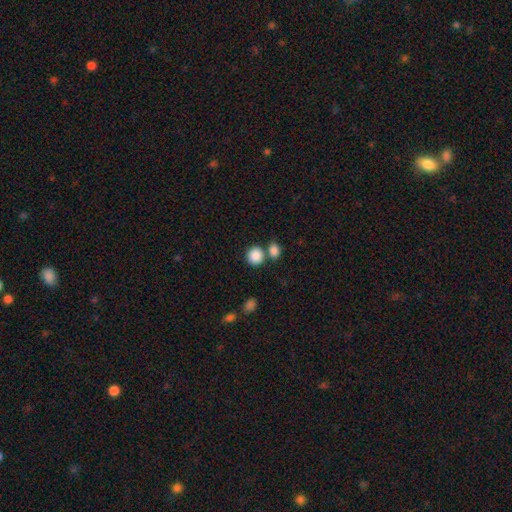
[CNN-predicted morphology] smooth_or_featured: smooth (p=0.87) [alt: star or artifact p=0.09]
how_rounded: round (p=0.84) [alt: in between p=0.15]
merging: none (p=0.61) [alt: merger p=0.27]